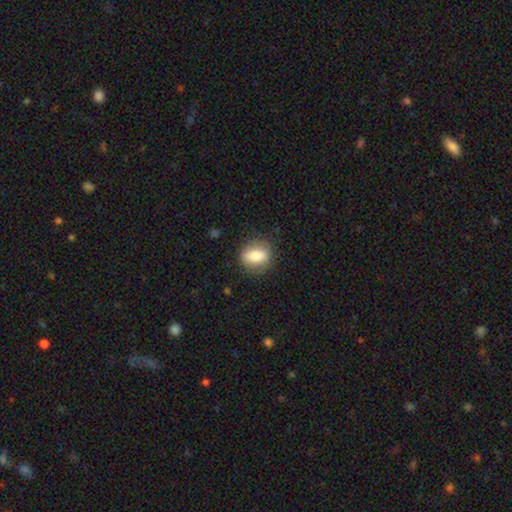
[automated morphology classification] Smooth or featured: smooth — 78% (featured or disk — 14%)
How rounded: in between — 66% (round — 30%)
Merging: none — 82% (minor disturbance — 13%)